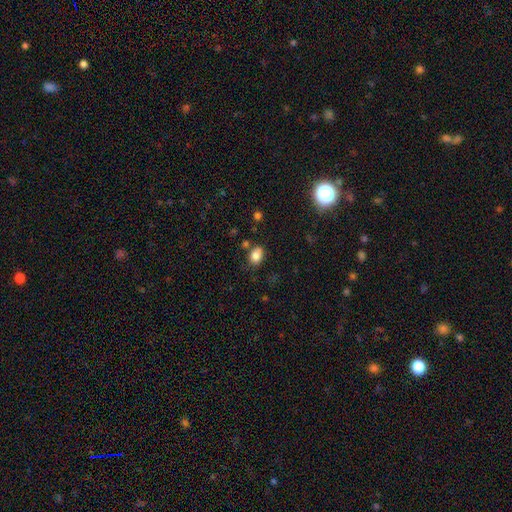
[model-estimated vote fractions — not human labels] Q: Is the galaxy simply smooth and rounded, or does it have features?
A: smooth — 82%.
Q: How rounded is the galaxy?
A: in between — 68%.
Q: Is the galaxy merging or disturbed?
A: none — 66%.